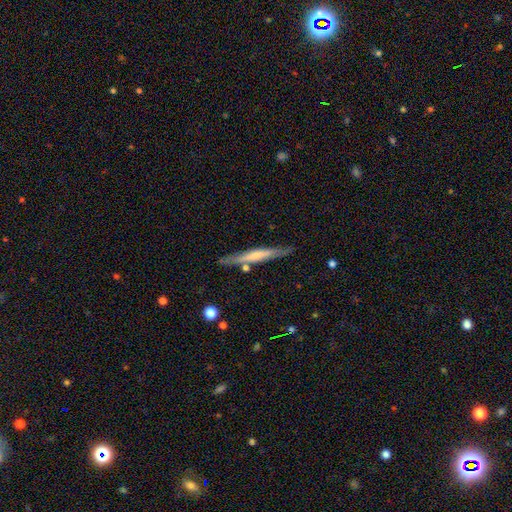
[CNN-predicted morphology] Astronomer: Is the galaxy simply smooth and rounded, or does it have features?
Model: featured or disk — 54% (runner-up: smooth, 41%).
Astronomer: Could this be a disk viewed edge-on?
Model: yes — 94%.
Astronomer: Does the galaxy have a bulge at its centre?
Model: none — 48% (runner-up: rounded, 41%).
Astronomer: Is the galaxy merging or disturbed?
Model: none — 80%.